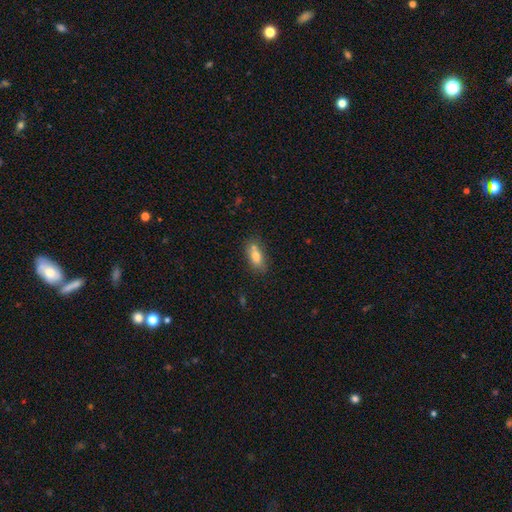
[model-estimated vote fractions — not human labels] This is likely a smooth galaxy (77%). How rounded: clearly in between (81%). Merging: likely none (61%).